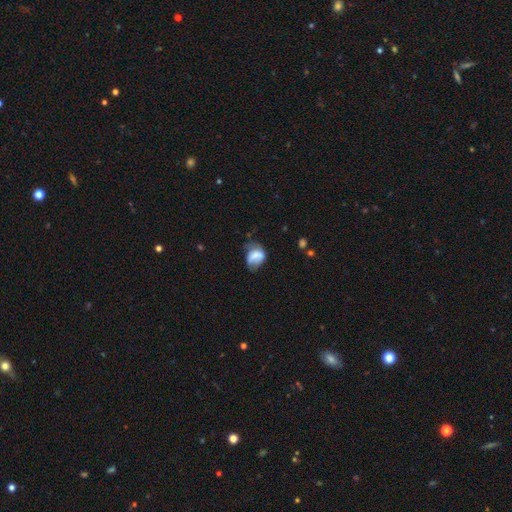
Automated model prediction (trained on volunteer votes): The model was most divided on "merging" (2-way tie): minor disturbance: 33%, none: 33%, major disturbance: 27%, merger: 7%. More confident: how rounded — in between (63%); smooth or featured — smooth (57%).